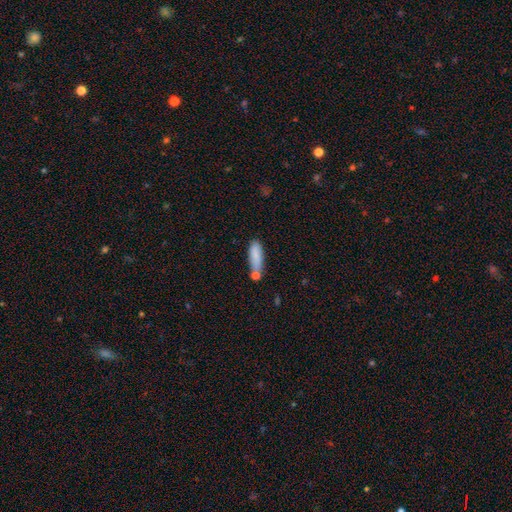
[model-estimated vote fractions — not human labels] smooth-or-featured: smooth: 83% | featured or disk: 9% | star or artifact: 7%
  how-rounded: in between: 55% | cigar-shaped: 43% | round: 2%
  merging: none: 56% | minor disturbance: 20% | merger: 19% | major disturbance: 5%